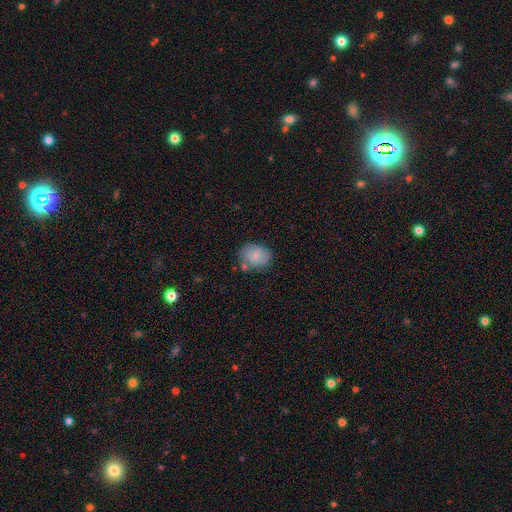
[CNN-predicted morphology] A smooth galaxy with no disk features (80%) that is in between round and cigar-shaped (54%).

Vote fractions:
- Smooth or featured? smooth: 80% / featured or disk: 12% / star or artifact: 8%
- How rounded? in between: 54% / round: 45% / cigar-shaped: 1%
- Merging? none: 67% / minor disturbance: 19% / merger: 8% / major disturbance: 5%